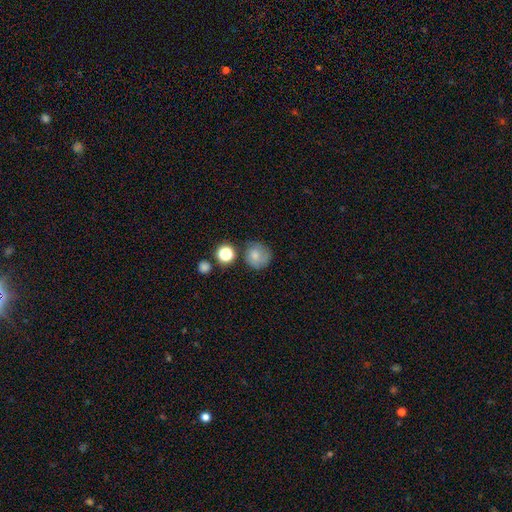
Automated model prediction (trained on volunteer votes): Overall: smooth (75%). How rounded: round (89%). Merging: none (66%).